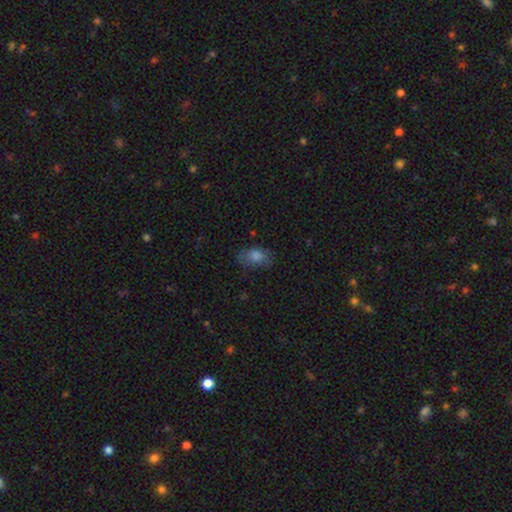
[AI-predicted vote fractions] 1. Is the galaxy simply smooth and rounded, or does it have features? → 77% smooth, 12% featured or disk, 11% star or artifact.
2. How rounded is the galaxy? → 86% in between, 12% round, 3% cigar-shaped.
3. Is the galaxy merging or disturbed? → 76% none, 18% minor disturbance, 5% major disturbance, 1% merger.